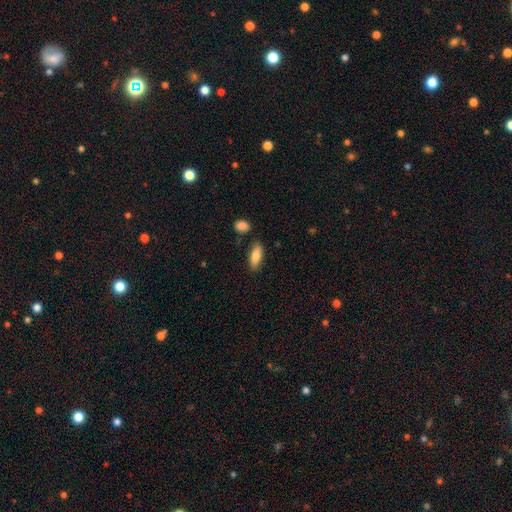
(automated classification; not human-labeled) Morphology: type=smooth (79%); roundness=in between (75%); merging=none (83%).